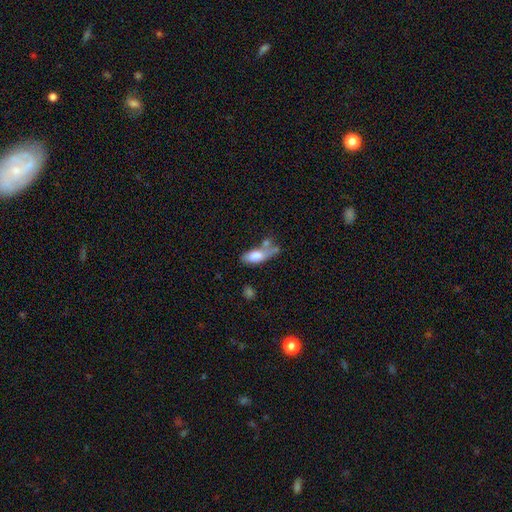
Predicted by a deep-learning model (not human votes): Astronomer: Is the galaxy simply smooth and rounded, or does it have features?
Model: smooth — 71%.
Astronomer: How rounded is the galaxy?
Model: in between — 74%.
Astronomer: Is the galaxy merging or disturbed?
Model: none — 35% (runner-up: merger, 27%).